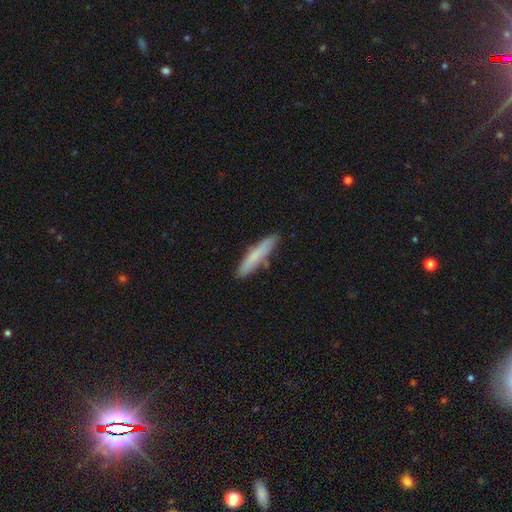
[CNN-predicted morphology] A smooth galaxy with no disk features (74%) that is cigar-shaped (92%).

Vote fractions:
- Smooth or featured? smooth: 74% / featured or disk: 19% / star or artifact: 6%
- How rounded? cigar-shaped: 92% / in between: 7% / round: 1%
- Merging? none: 85% / minor disturbance: 11% / merger: 2% / major disturbance: 2%